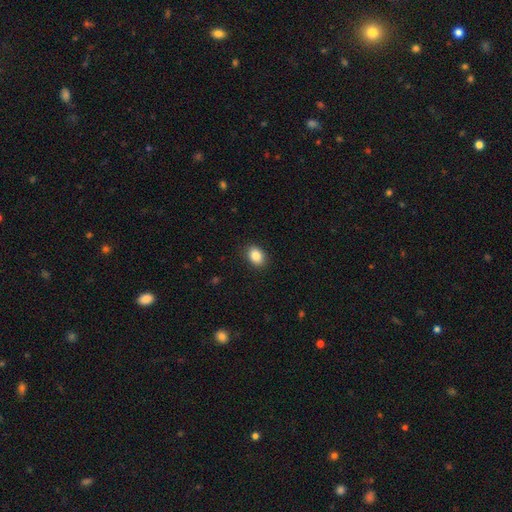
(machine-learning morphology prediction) type=smooth (86%); roundness=in between (75%); merging=none (88%).